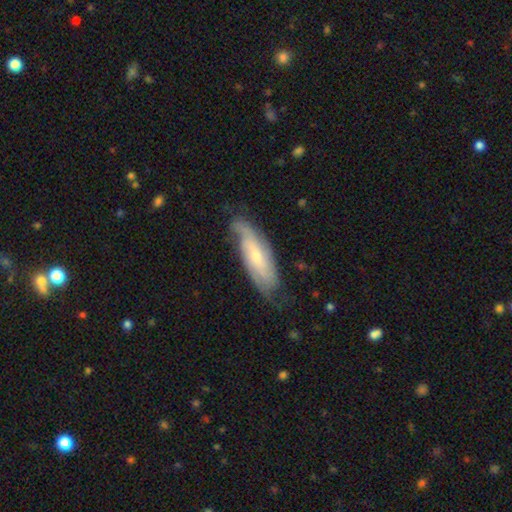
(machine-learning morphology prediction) Smooth or featured? featured or disk (71%)
Edge-on disk? no (81%)
Bar? no (54%)
Spiral arms? yes (92%)
Spiral winding? tight (42%)
Spiral arm count? 2 (48%)
Bulge size? small (63%)
Merging? none (69%)